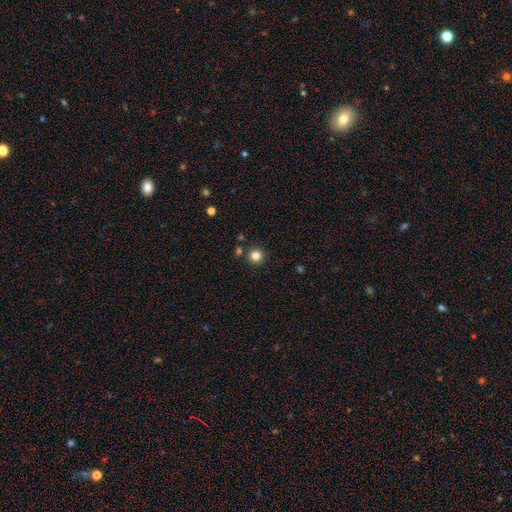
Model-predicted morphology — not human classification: This is clearly a smooth galaxy (82%). How rounded: clearly round (95%). Merging: clearly none (88%).